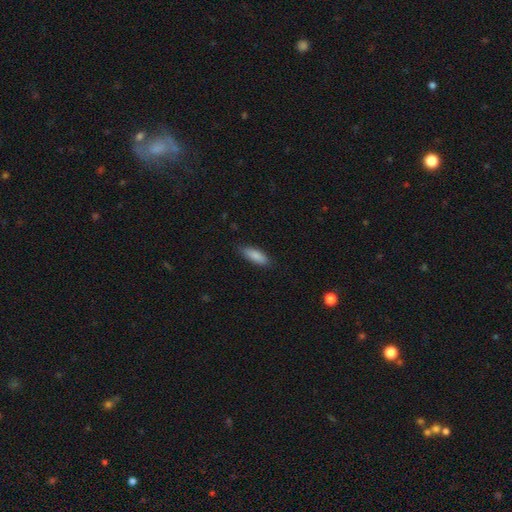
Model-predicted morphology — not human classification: The model was most divided on "how rounded": in between: 62%, cigar-shaped: 37%, round: 2%. More confident: smooth or featured — smooth (87%); merging — none (85%).